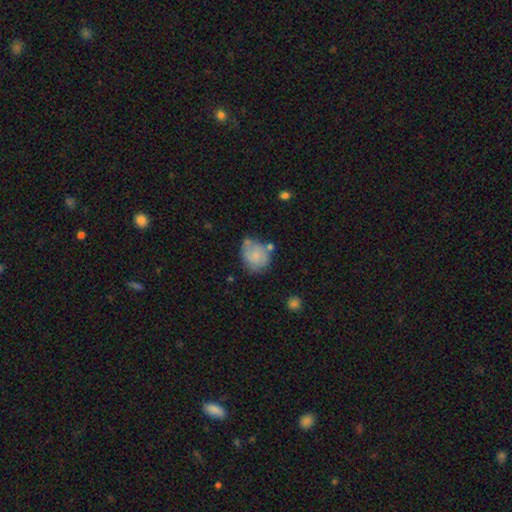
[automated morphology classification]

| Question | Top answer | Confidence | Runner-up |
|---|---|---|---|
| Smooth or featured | smooth | 70% | featured or disk (22%) |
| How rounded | round | 62% | in between (37%) |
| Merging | none | 49% | minor disturbance (29%) |